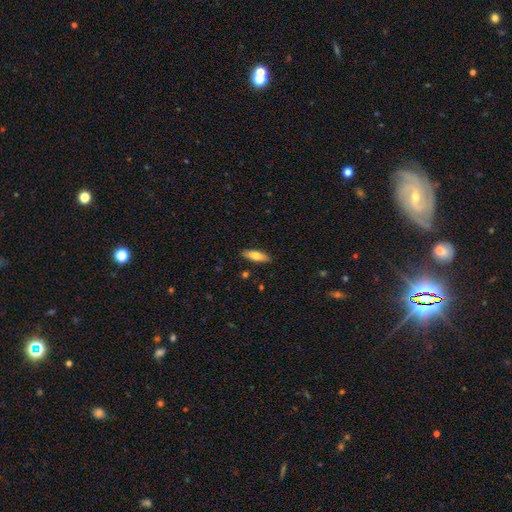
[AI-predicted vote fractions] Smooth or featured: smooth — 71% (featured or disk — 23%)
How rounded: in between — 53% (cigar-shaped — 45%)
Merging: none — 86% (minor disturbance — 10%)